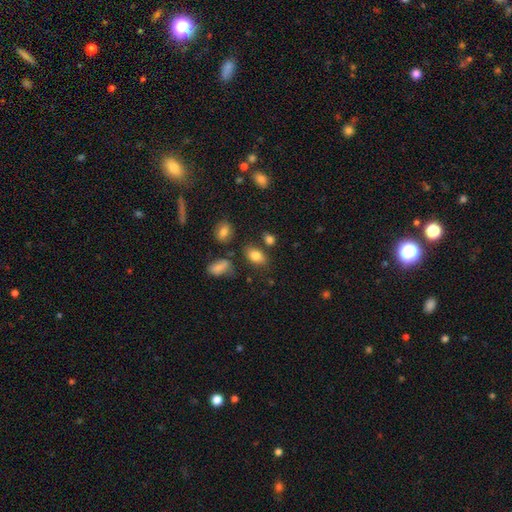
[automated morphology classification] This appears to be a smooth galaxy with no disk features (82%) that is in between round and cigar-shaped (88%). Merging: none (75%).